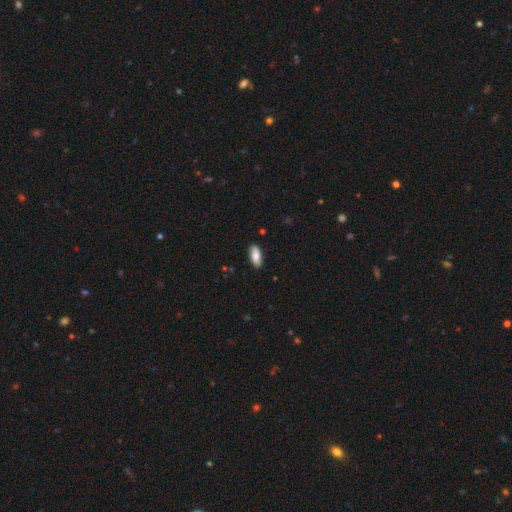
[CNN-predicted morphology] smooth 79%, featured or disk 15%, star or artifact 6%. Down the decision tree: how rounded — in between (88%); merging — none (87%).